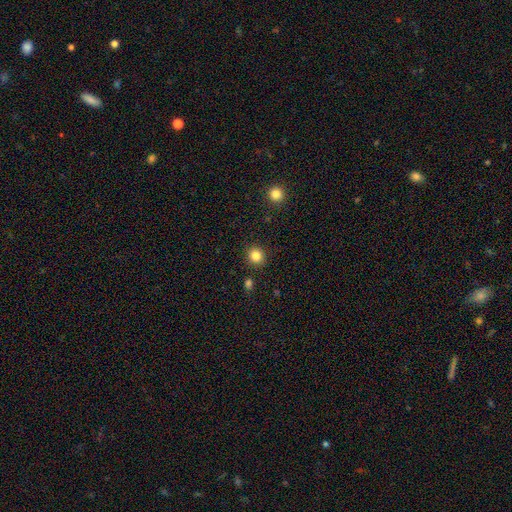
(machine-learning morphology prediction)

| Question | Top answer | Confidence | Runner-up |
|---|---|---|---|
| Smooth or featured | smooth | 84% | star or artifact (12%) |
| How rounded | round | 89% | in between (10%) |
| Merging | none | 89% | minor disturbance (6%) |